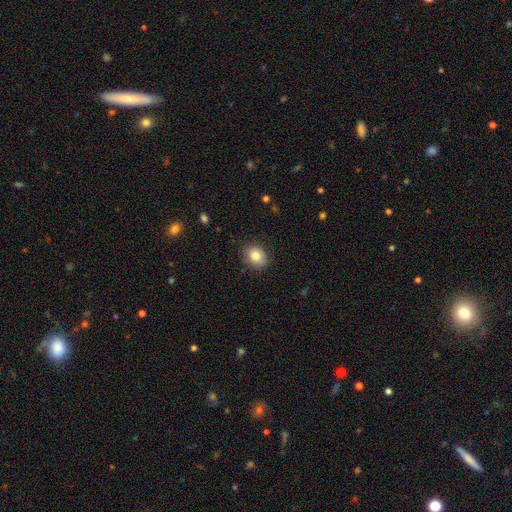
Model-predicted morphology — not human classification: smooth 82%, star or artifact 9%, featured or disk 9%. Down the decision tree: how rounded — in between (51%); merging — none (85%).